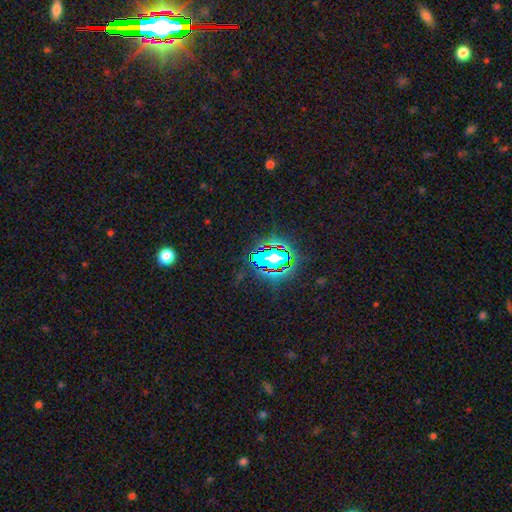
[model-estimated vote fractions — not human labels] This appears to be a star or artifact, not a galaxy (80%).